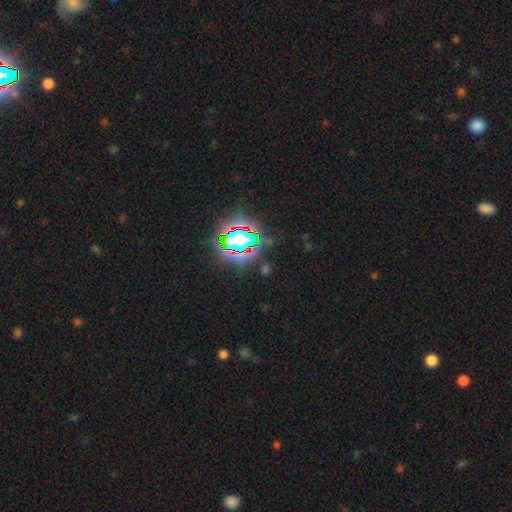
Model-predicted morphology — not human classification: Smooth or featured: star or artifact — 82% (smooth — 11%)